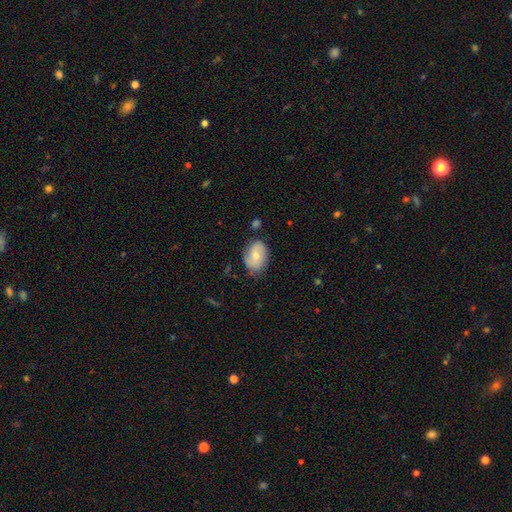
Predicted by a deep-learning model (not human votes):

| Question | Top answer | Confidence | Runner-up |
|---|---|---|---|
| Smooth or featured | smooth | 56% | featured or disk (37%) |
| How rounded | in between | 78% | round (21%) |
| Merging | none | 69% | minor disturbance (23%) |